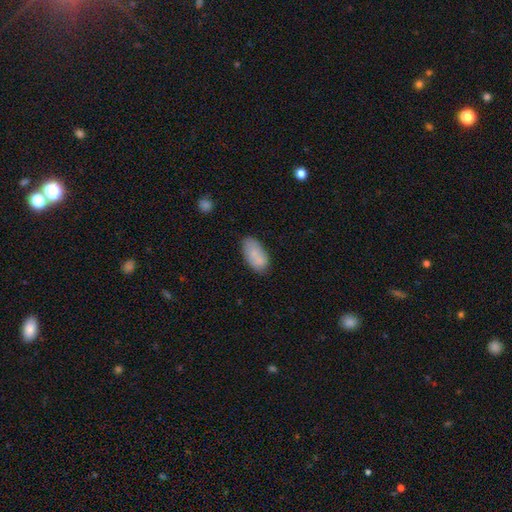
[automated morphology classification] smooth 80%, featured or disk 13%, star or artifact 7%. Down the decision tree: how rounded — in between (93%); merging — none (68%).